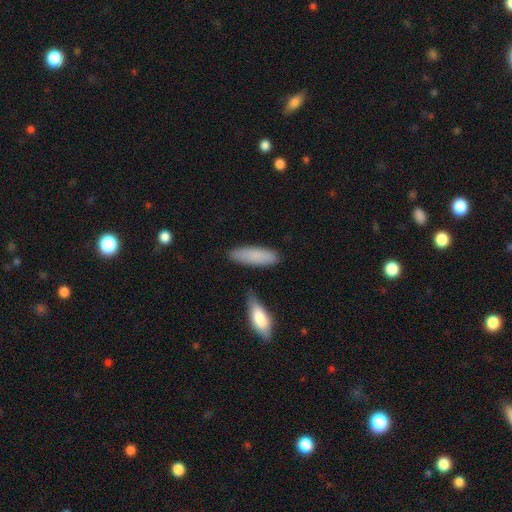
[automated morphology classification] Q: Smooth or featured?
A: smooth (84%); runner-up: featured or disk (10%)
Q: How rounded?
A: in between (51%); runner-up: cigar-shaped (47%)
Q: Merging?
A: none (81%); runner-up: minor disturbance (13%)